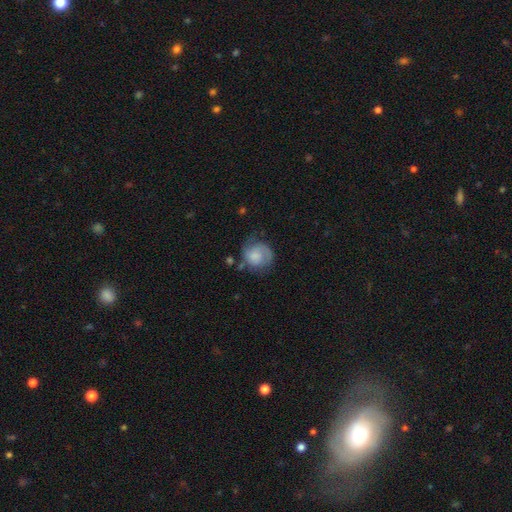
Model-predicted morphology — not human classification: Smooth or featured?
  - smooth: 51% *
  - featured or disk: 41%
  - star or artifact: 8%
How rounded?
  - round: 76% *
  - in between: 23%
  - cigar-shaped: 1%
Merging?
  - none: 52% *
  - minor disturbance: 27%
  - major disturbance: 17%
  - merger: 4%